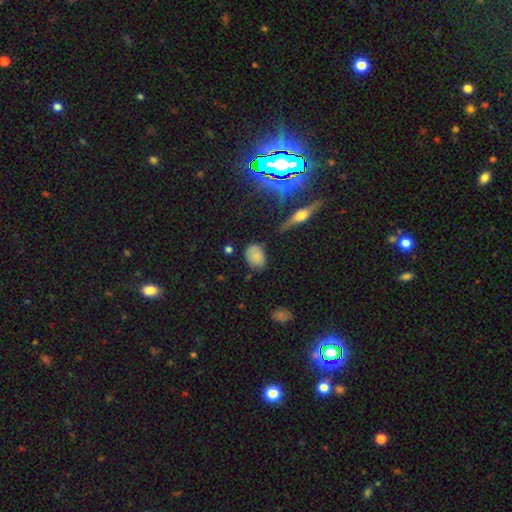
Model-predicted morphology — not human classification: Smooth or featured? Predicted: smooth (p=0.79). How rounded? Predicted: in between (p=0.75). Merging? Predicted: none (p=0.69).